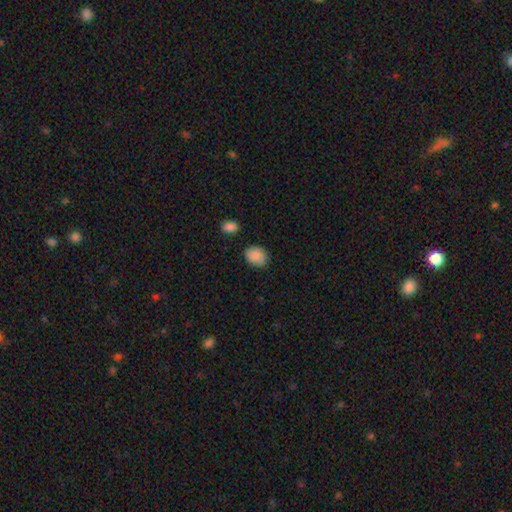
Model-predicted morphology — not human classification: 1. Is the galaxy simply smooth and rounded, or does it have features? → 88% smooth, 8% star or artifact, 4% featured or disk.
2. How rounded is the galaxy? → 61% in between, 38% round, 1% cigar-shaped.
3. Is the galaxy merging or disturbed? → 80% none, 14% minor disturbance, 3% major disturbance, 3% merger.